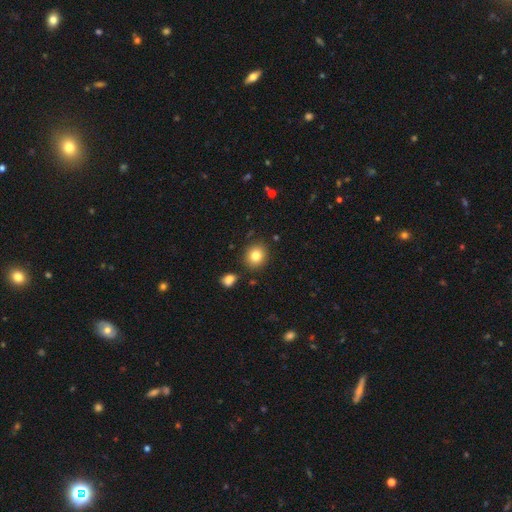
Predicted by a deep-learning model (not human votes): Smooth or featured? smooth (82%)
How rounded? round (80%)
Merging? none (86%)